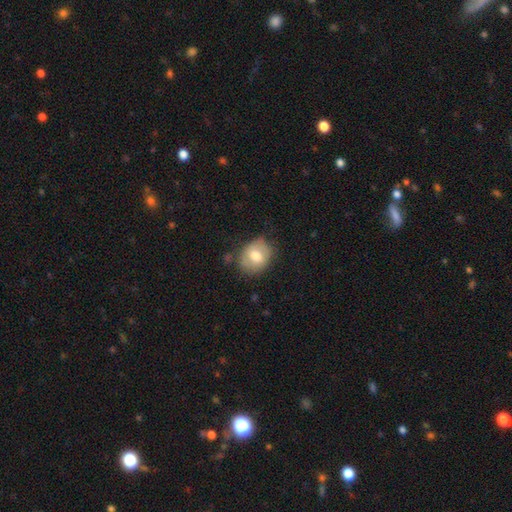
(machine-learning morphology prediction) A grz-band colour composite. It shows a smooth galaxy with no disk features (67%) that is round (51%). Merging: none (67%).